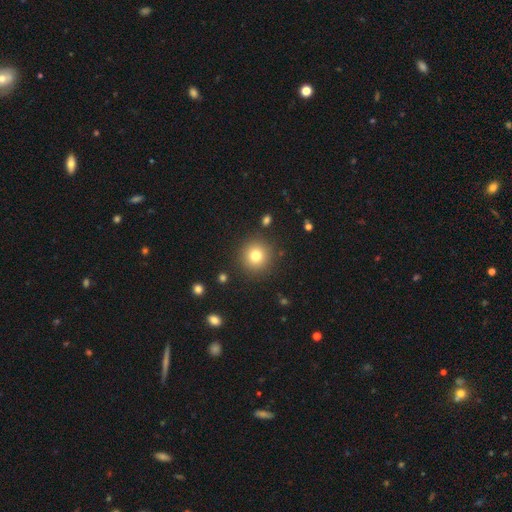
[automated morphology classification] A smooth galaxy with no disk features (78%) that is round (94%). Merging: none (89%).